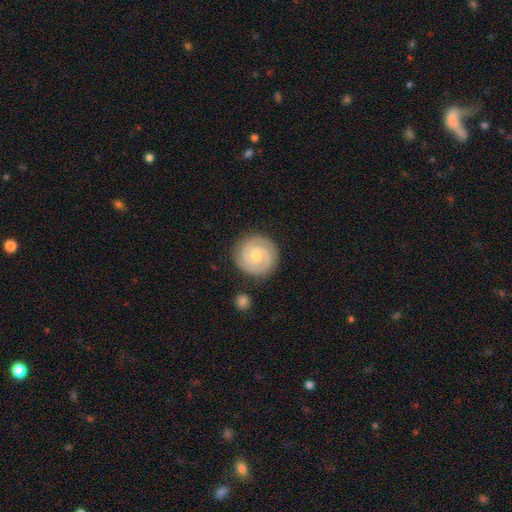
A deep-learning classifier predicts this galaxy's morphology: Smooth or featured? Predicted: featured or disk (p=0.79). Edge-on disk? Predicted: no (p=0.98). Bar? Predicted: no (p=0.53). Spiral arms? Predicted: yes (p=0.97). Spiral winding? Predicted: tight (p=0.74). Spiral arm count? Predicted: 2 (p=0.73). Bulge size? Predicted: small (p=0.55). Merging? Predicted: none (p=0.85).